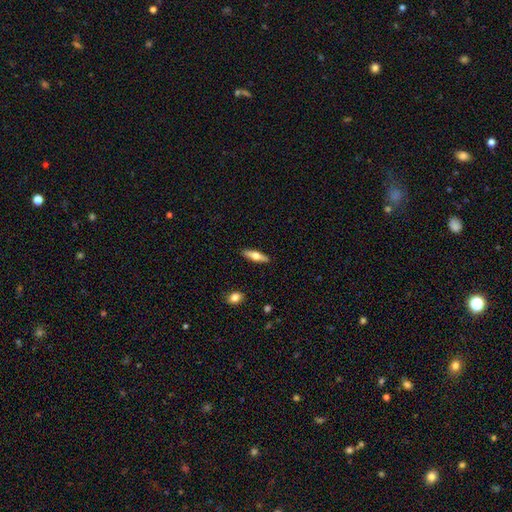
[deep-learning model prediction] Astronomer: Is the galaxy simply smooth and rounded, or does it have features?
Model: smooth — 52% (runner-up: featured or disk, 42%).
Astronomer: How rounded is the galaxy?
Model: cigar-shaped — 59% (runner-up: in between, 38%).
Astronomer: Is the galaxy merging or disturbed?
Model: none — 90%.